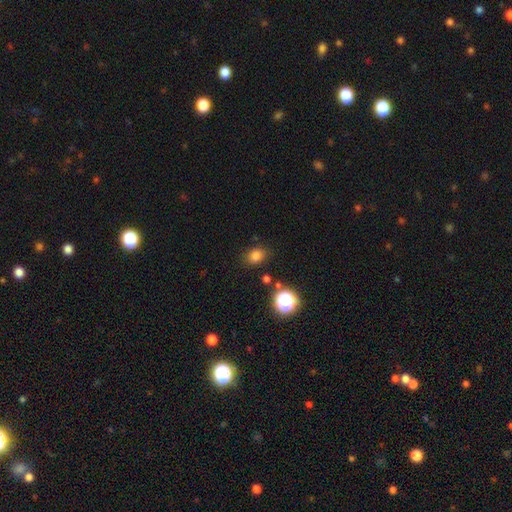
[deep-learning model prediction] Q: Smooth or featured?
A: smooth (78%); runner-up: star or artifact (16%)
Q: How rounded?
A: in between (54%); runner-up: round (44%)
Q: Merging?
A: none (82%); runner-up: minor disturbance (12%)